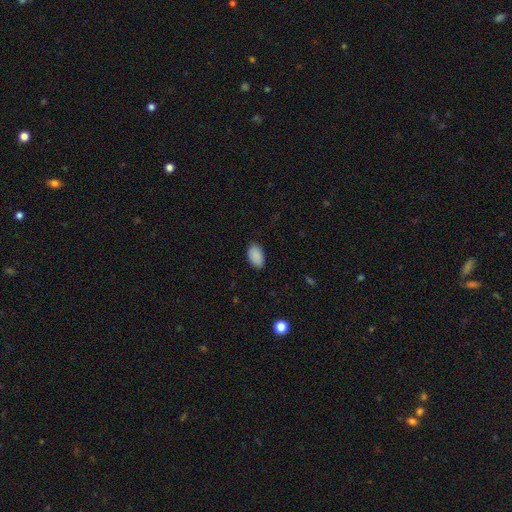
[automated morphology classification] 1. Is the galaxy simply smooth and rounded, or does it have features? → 90% smooth, 7% star or artifact, 3% featured or disk.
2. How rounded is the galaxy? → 93% in between, 5% round, 1% cigar-shaped.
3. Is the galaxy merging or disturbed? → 86% none, 10% minor disturbance, 2% major disturbance, 1% merger.